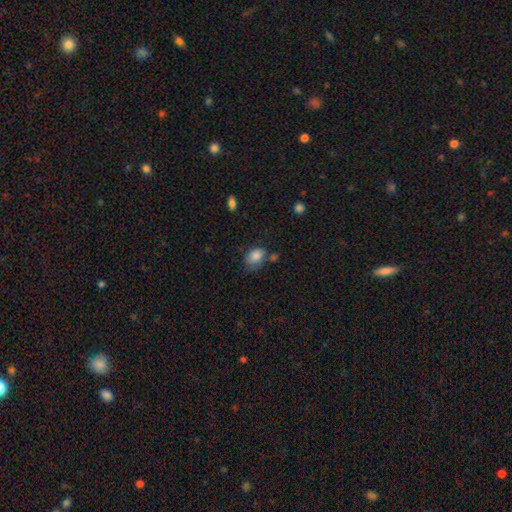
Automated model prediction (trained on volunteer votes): This is clearly a smooth galaxy (85%). How rounded: likely in between (75%). Merging: possibly none (53%).